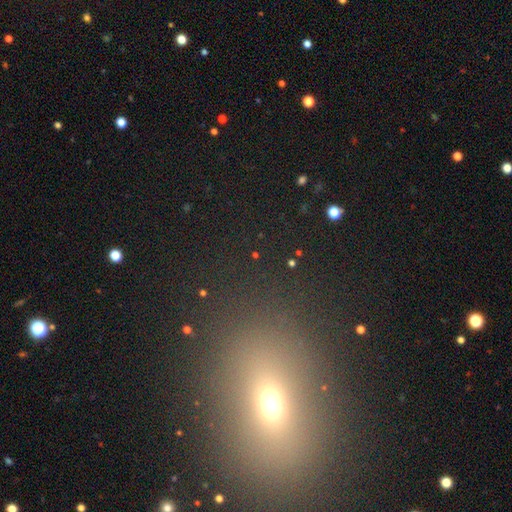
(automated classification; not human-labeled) Overall: star or artifact (63%; smooth 24%).